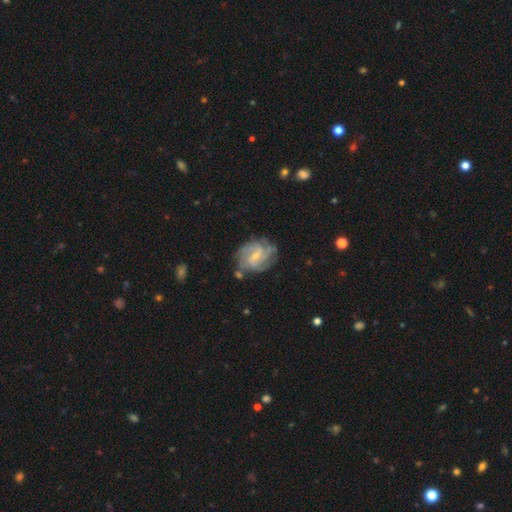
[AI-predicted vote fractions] smooth-or-featured: featured or disk: 81% | smooth: 13% | star or artifact: 6%
  disk-edge-on: no: 98% | yes: 2%
    bar: weak: 60% | no: 21% | strong: 19%
    has-spiral-arms: yes: 93% | no: 7%
      spiral-winding: tight: 45% | medium: 41% | loose: 14%
      spiral-arm-count: 2: 28% (tied) | can't tell: 28% (tied) | 3: 23% | 4: 13% | 1: 4% | more than 4: 4%
    bulge-size: small: 59% | moderate: 33% | none: 6% | large: 2% | dominant: 1%
  merging: none: 66% | minor disturbance: 21% | major disturbance: 9% | merger: 4%